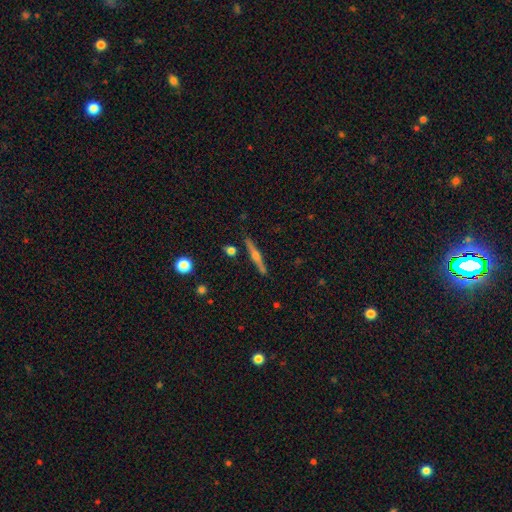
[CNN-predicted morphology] smooth-or-featured: featured or disk: 74% | smooth: 20% | star or artifact: 7%
  disk-edge-on: yes: 98% | no: 2%
    edge-on-bulge: rounded: 90% | none: 6% | boxy: 5%
  merging: none: 89% | minor disturbance: 7% | merger: 2% | major disturbance: 2%